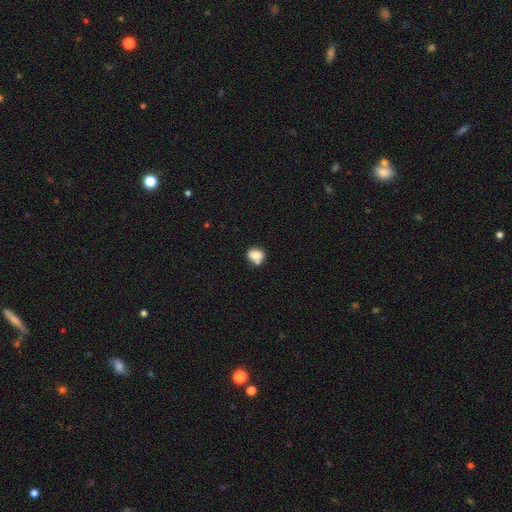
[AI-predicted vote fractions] Morphology: type=smooth (79%); roundness=round (63%); merging=none (55%).